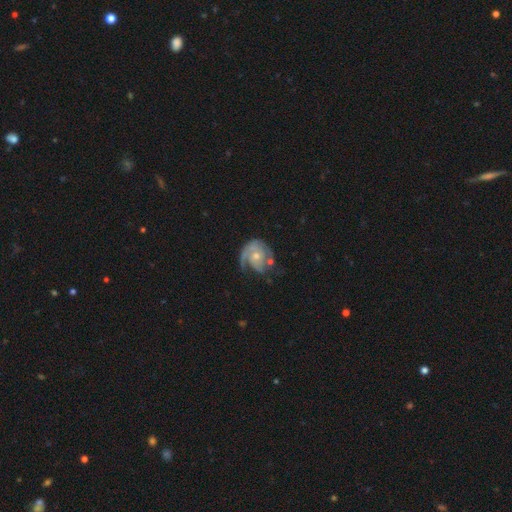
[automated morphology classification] type=featured or disk (81%); edge-on=no (98%); bar=no (76%); spiral arms=yes (92%); winding=tight (48%); arm count=1 (46%); bulge=moderate (50%); merging=none (47%).